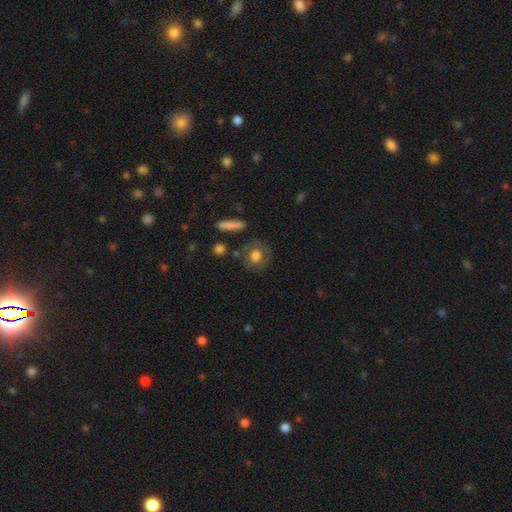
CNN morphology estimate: Smooth or featured?
  - smooth: 63% *
  - featured or disk: 29%
  - star or artifact: 8%
How rounded?
  - round: 73% *
  - in between: 25%
  - cigar-shaped: 2%
Merging?
  - none: 78% *
  - minor disturbance: 13%
  - major disturbance: 5%
  - merger: 3%